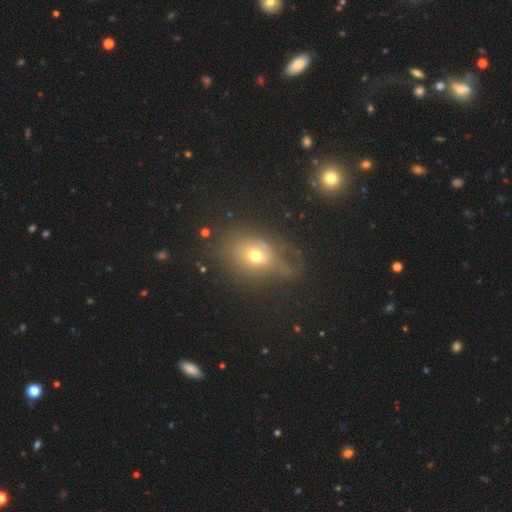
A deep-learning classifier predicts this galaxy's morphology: A smooth galaxy with no disk features (57%) that is in between round and cigar-shaped (56%). Merging: none (43%).